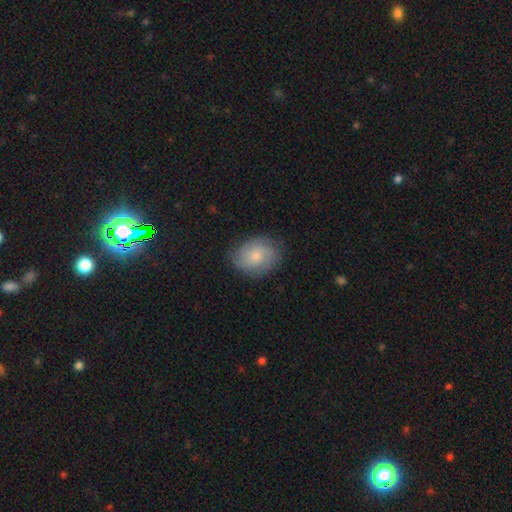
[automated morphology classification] smooth_or_featured: smooth (p=0.57) [alt: featured or disk p=0.35]
how_rounded: in between (p=0.56) [alt: round p=0.43]
merging: none (p=0.78) [alt: minor disturbance p=0.17]